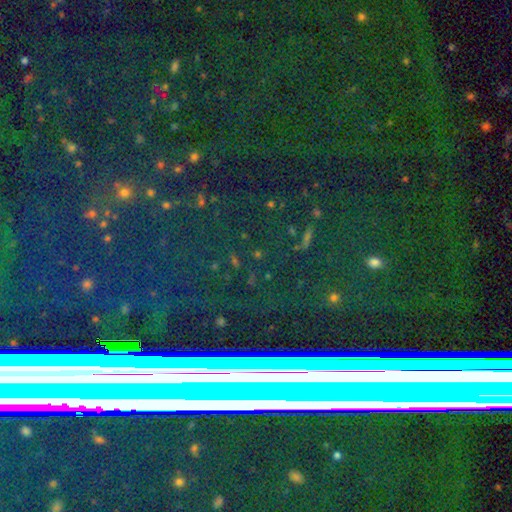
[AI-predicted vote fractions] The model was most divided on "smooth or featured": star or artifact: 74%, smooth: 13%, featured or disk: 12%.